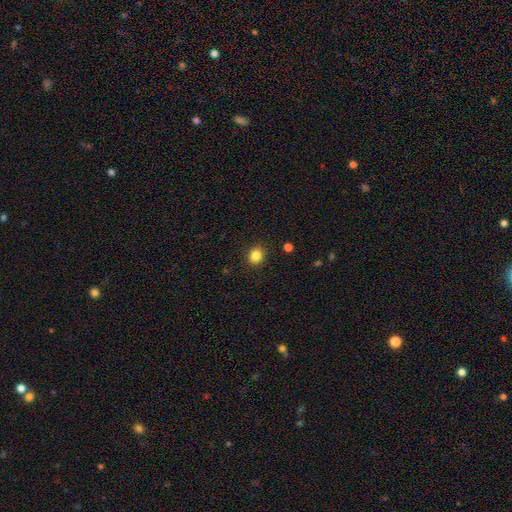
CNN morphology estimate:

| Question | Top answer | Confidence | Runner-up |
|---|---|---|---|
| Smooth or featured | smooth | 84% | star or artifact (12%) |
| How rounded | round | 84% | in between (15%) |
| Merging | none | 91% | minor disturbance (6%) |